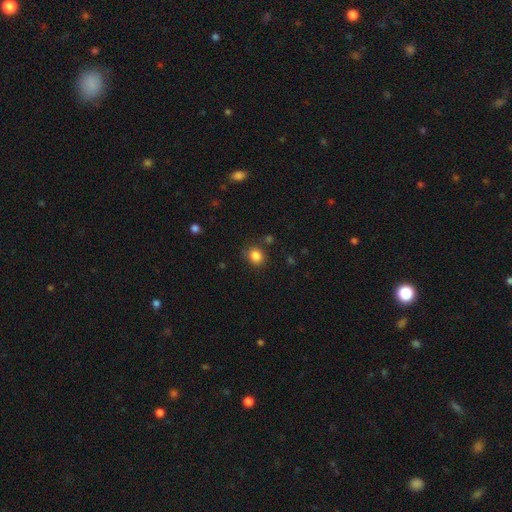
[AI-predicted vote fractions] This appears to be a smooth galaxy with no disk features (84%) that is round (76%). Merging: none (81%).